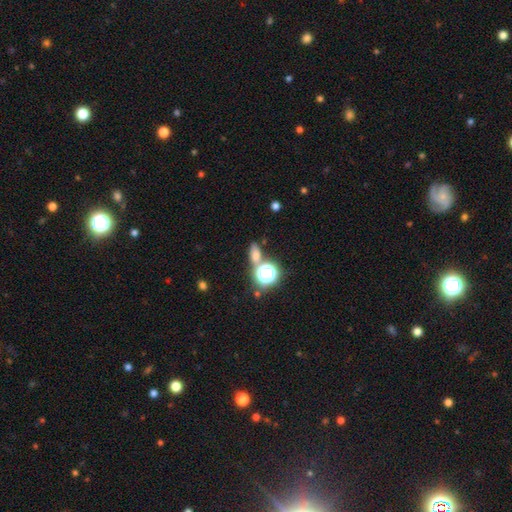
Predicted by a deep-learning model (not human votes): smooth-or-featured: smooth: 63% | star or artifact: 27% | featured or disk: 10%
  how-rounded: in between: 62% | round: 29% | cigar-shaped: 9%
  merging: none: 64% | merger: 20% | minor disturbance: 11% | major disturbance: 5%